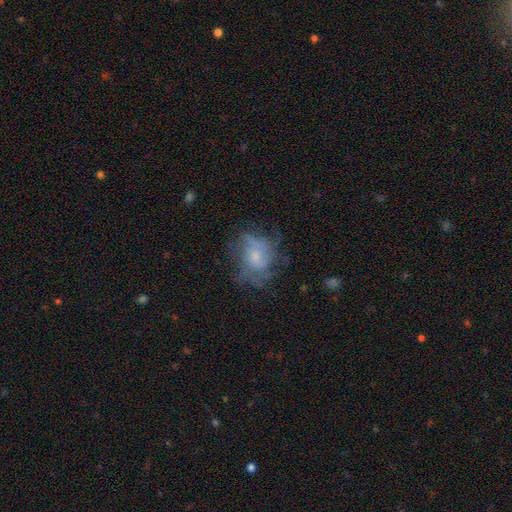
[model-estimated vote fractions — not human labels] Q: Smooth or featured?
A: featured or disk (56%); runner-up: smooth (31%)
Q: Edge-on disk?
A: no (97%); runner-up: yes (3%)
Q: Bar?
A: no (76%); runner-up: weak (21%)
Q: Spiral arms?
A: yes (68%); runner-up: no (32%)
Q: Bulge size?
A: small (51%); runner-up: moderate (34%)
Q: Merging?
A: none (57%); runner-up: minor disturbance (22%)